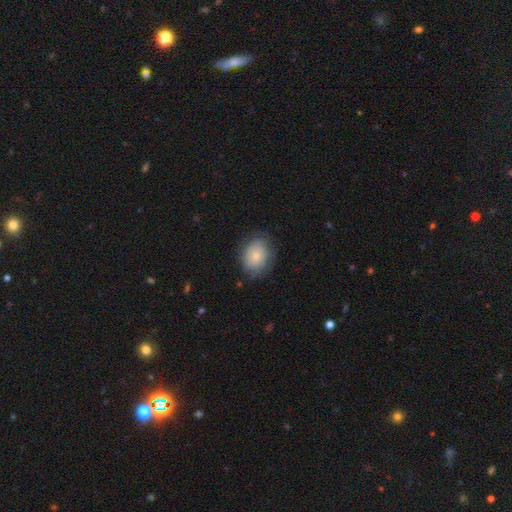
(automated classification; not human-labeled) smooth 76%, featured or disk 17%, star or artifact 7%. Down the decision tree: how rounded — in between (51%); merging — none (73%).